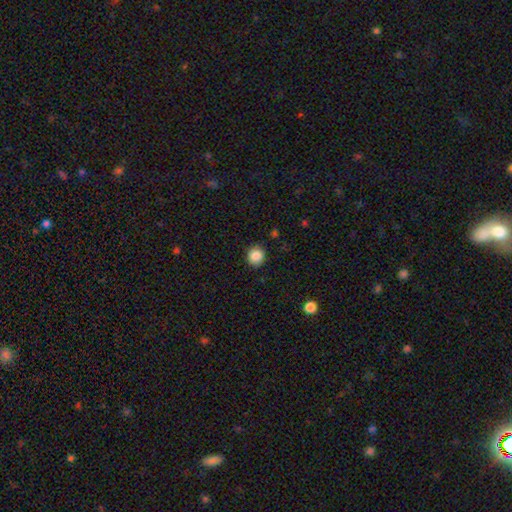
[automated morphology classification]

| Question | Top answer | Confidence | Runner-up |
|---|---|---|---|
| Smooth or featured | smooth | 87% | star or artifact (9%) |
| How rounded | round | 89% | in between (10%) |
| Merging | none | 89% | minor disturbance (8%) |